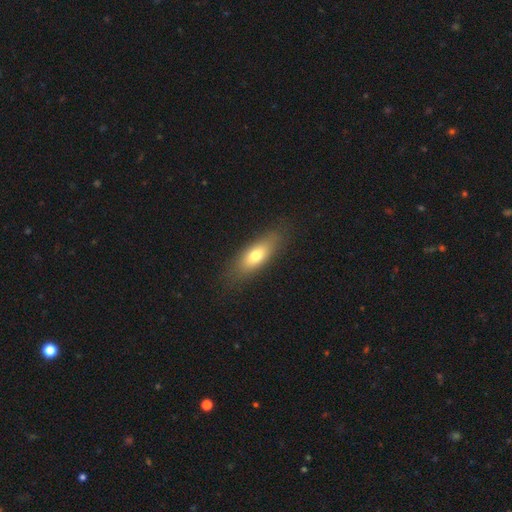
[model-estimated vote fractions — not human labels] Q: Smooth or featured?
A: smooth (69%); runner-up: featured or disk (23%)
Q: How rounded?
A: in between (67%); runner-up: cigar-shaped (29%)
Q: Merging?
A: none (83%); runner-up: minor disturbance (12%)